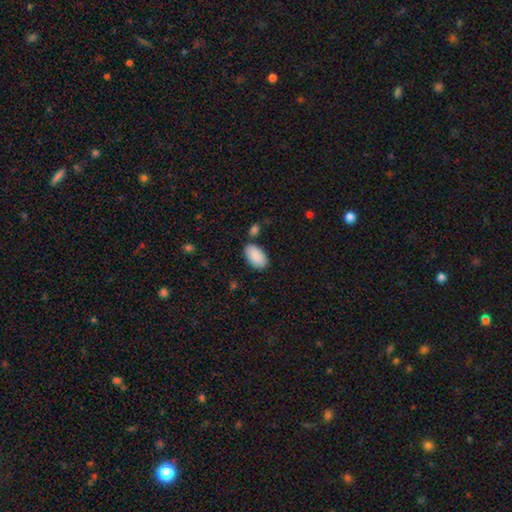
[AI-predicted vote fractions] Smooth or featured? Predicted: smooth (p=0.90). How rounded? Predicted: in between (p=0.96). Merging? Predicted: none (p=0.79).